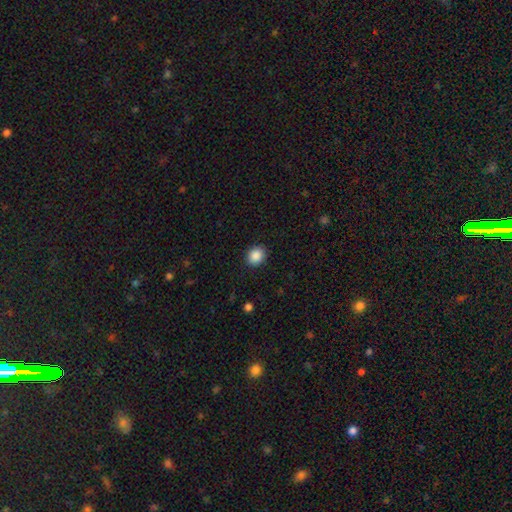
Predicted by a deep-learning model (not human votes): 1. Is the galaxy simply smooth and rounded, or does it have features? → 89% smooth, 8% star or artifact, 3% featured or disk.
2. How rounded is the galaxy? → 71% round, 28% in between, 1% cigar-shaped.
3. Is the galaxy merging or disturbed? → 90% none, 7% minor disturbance, 2% major disturbance, 1% merger.